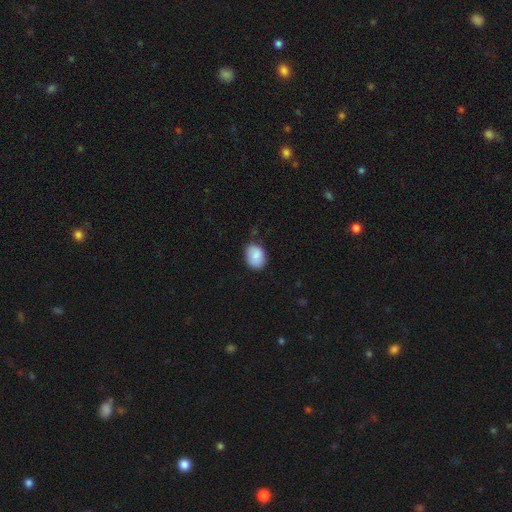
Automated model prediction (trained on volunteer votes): Smooth or featured? smooth (88%)
How rounded? in between (75%)
Merging? none (81%)